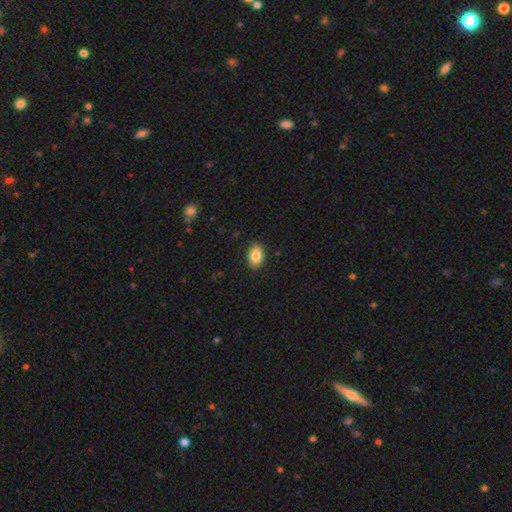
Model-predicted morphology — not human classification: A smooth galaxy with no disk features (85%) that is in between round and cigar-shaped (87%). Merging: none (89%).